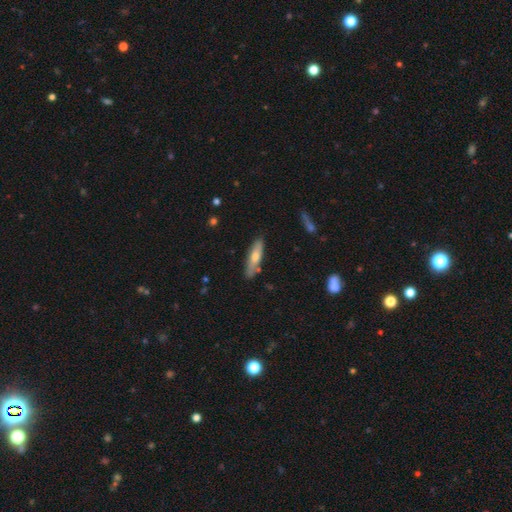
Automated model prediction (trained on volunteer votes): Smooth or featured?
  - smooth: 55% *
  - featured or disk: 38%
  - star or artifact: 7%
How rounded?
  - cigar-shaped: 66% *
  - in between: 32%
  - round: 2%
Merging?
  - none: 81% *
  - minor disturbance: 14%
  - merger: 3%
  - major disturbance: 2%